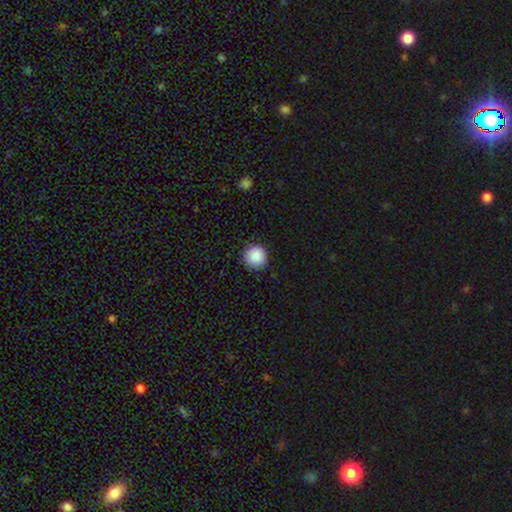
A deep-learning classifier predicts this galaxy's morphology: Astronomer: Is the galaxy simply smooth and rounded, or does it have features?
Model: smooth — 88%.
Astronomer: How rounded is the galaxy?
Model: round — 96%.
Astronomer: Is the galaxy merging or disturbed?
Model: none — 91%.